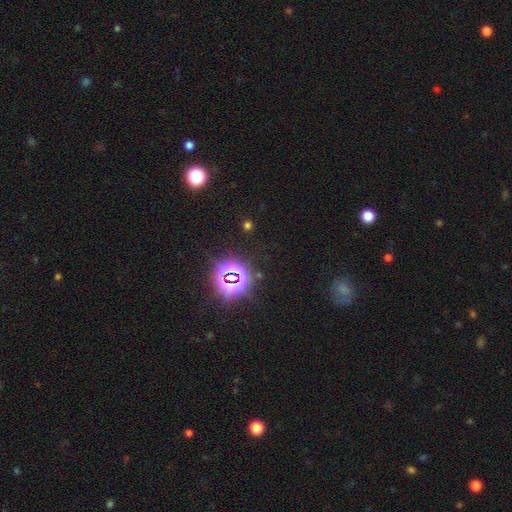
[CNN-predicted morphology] Smooth or featured? star or artifact (82%)